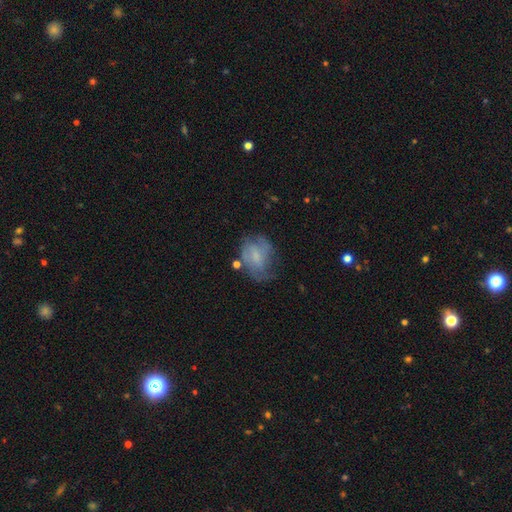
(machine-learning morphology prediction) smooth_or_featured: featured or disk (p=0.52) [alt: smooth p=0.39]
disk_edge_on: no (p=0.97) [alt: yes p=0.03]
bar: no (p=0.48) [alt: weak p=0.43]
has_spiral_arms: yes (p=0.70) [alt: no p=0.30]
bulge_size: small (p=0.44) [alt: none p=0.29]
merging: none (p=0.45) [alt: minor disturbance p=0.28]